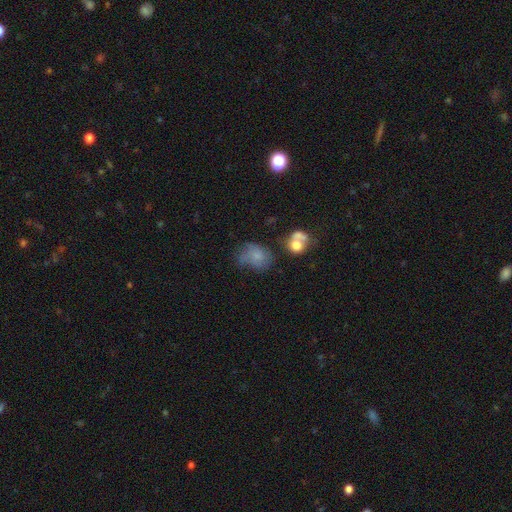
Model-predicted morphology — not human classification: The model was most divided on "merging": none: 35%, minor disturbance: 28%, major disturbance: 26%, merger: 11%. More confident: smooth or featured — smooth (63%); how rounded — in between (55%).